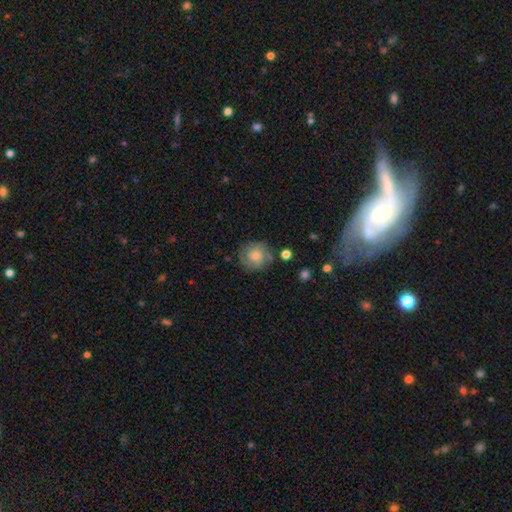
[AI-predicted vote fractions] Q: Smooth or featured?
A: smooth (57%); runner-up: featured or disk (34%)
Q: How rounded?
A: round (88%); runner-up: in between (11%)
Q: Merging?
A: none (73%); runner-up: minor disturbance (17%)